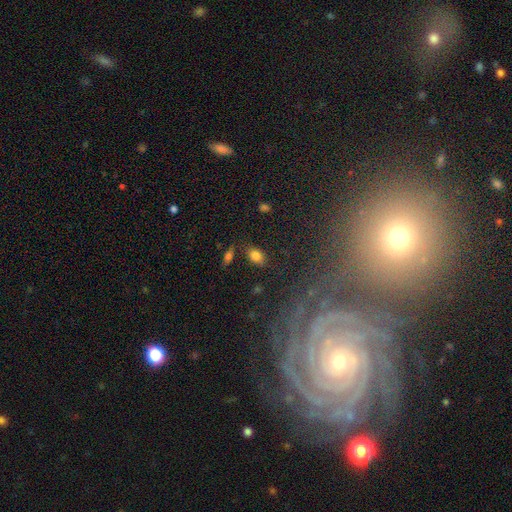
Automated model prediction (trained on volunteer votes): Morphology: type=smooth (79%); roundness=in between (83%); merging=none (78%).